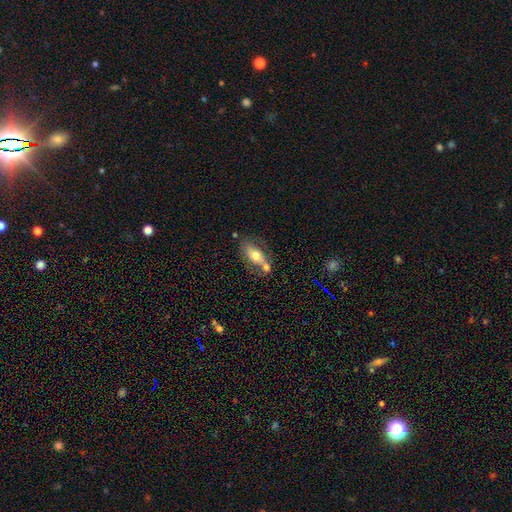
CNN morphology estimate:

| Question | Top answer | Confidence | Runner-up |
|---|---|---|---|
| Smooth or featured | smooth | 60% | featured or disk (32%) |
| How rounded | in between | 84% | round (9%) |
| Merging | none | 44% | merger (34%) |